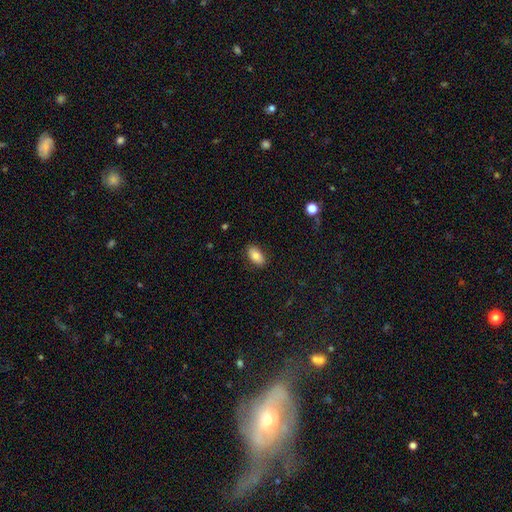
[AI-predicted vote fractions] A smooth galaxy with no disk features (82%) that is in between round and cigar-shaped (93%).

Vote fractions:
- Smooth or featured? smooth: 82% / featured or disk: 10% / star or artifact: 8%
- How rounded? in between: 93% / round: 4% / cigar-shaped: 3%
- Merging? none: 87% / minor disturbance: 10% / major disturbance: 2% / merger: 1%